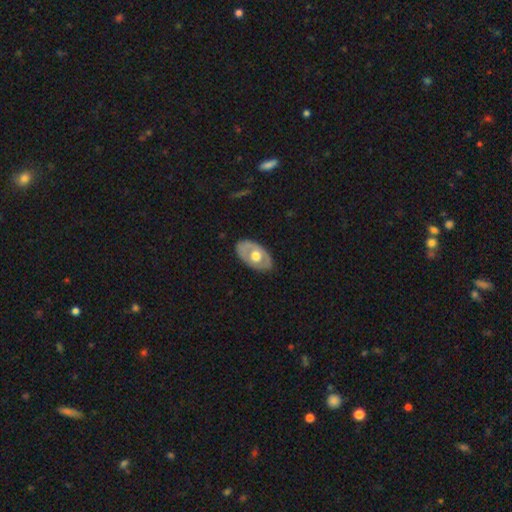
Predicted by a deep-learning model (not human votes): Smooth or featured? featured or disk (52%)
Edge-on disk? no (86%)
Merging? none (80%)